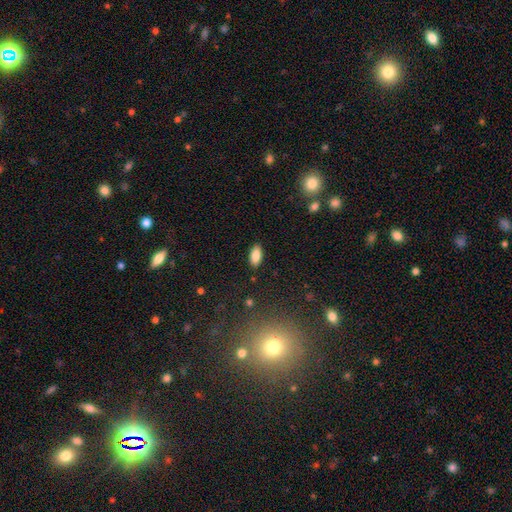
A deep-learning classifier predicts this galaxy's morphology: Smooth or featured?
  - smooth: 86% *
  - star or artifact: 7%
  - featured or disk: 6%
How rounded?
  - in between: 90% *
  - cigar-shaped: 8%
  - round: 2%
Merging?
  - none: 88% *
  - minor disturbance: 9%
  - major disturbance: 2%
  - merger: 1%